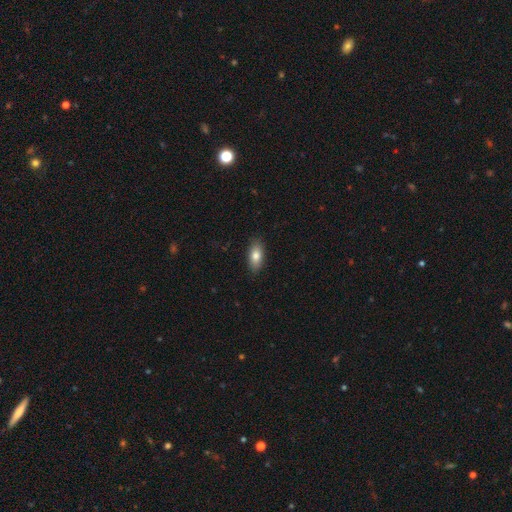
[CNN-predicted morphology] type=smooth (81%); roundness=in between (86%); merging=none (88%).